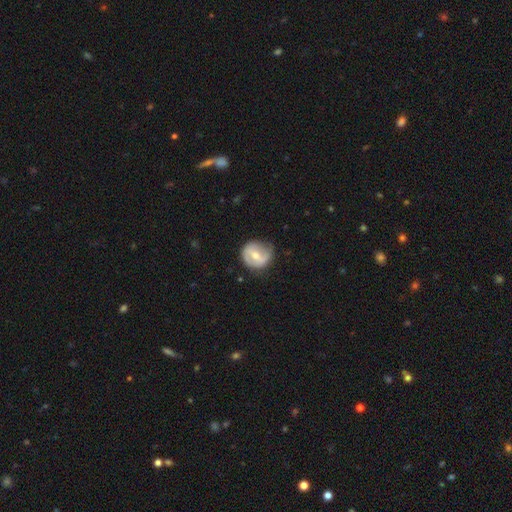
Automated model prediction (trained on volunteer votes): Smooth or featured?
  - featured or disk: 55% *
  - smooth: 39%
  - star or artifact: 6%
Edge-on disk?
  - no: 97% *
  - yes: 3%
Bar?
  - weak: 47% *
  - strong: 27%
  - no: 26%
Spiral arms?
  - yes: 64% *
  - no: 36%
Bulge size?
  - moderate: 60% *
  - small: 33%
  - large: 3%
  - none: 2%
  - dominant: 1%
Merging?
  - none: 63% *
  - minor disturbance: 27%
  - major disturbance: 9%
  - merger: 2%